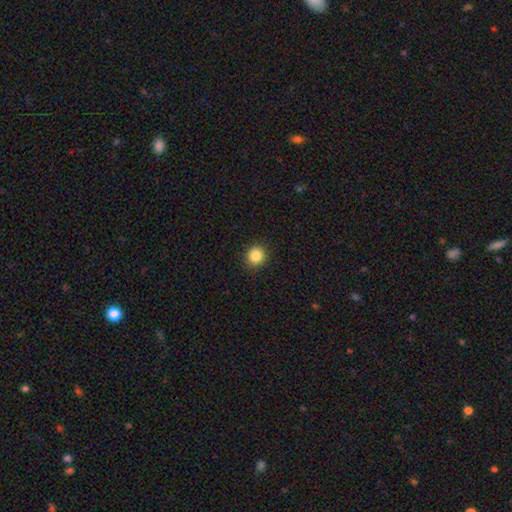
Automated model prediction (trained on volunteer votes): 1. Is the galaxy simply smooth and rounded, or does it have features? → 86% smooth, 10% star or artifact, 4% featured or disk.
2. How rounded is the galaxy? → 90% round, 9% in between, 1% cigar-shaped.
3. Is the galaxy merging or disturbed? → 91% none, 6% minor disturbance, 2% major disturbance, 1% merger.